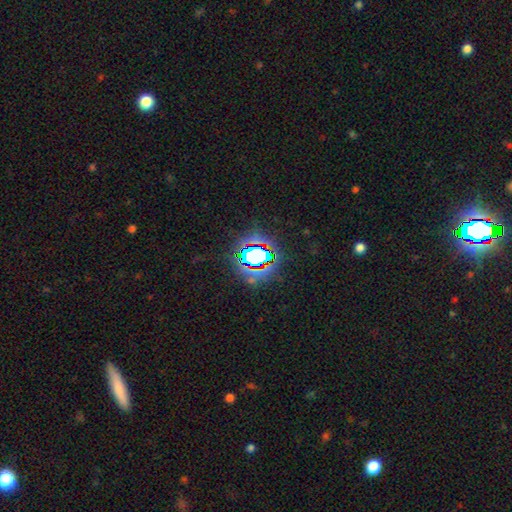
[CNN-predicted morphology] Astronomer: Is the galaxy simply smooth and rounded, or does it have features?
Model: star or artifact — 68%.